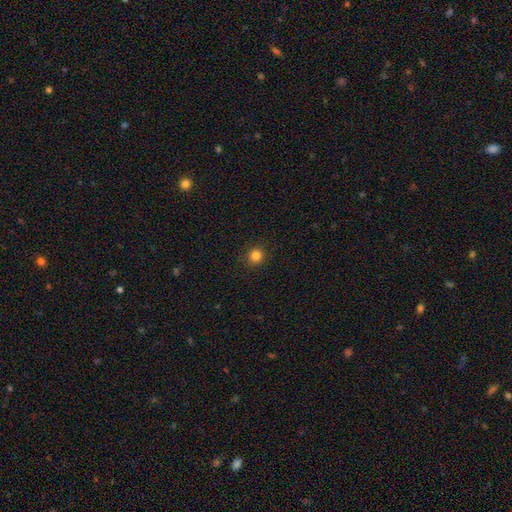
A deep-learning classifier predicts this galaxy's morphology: A smooth galaxy with no disk features (83%) that is round (93%).

Vote fractions:
- Smooth or featured? smooth: 83% / star or artifact: 13% / featured or disk: 4%
- How rounded? round: 93% / in between: 6% / cigar-shaped: 1%
- Merging? none: 92% / minor disturbance: 5% / major disturbance: 2% / merger: 1%